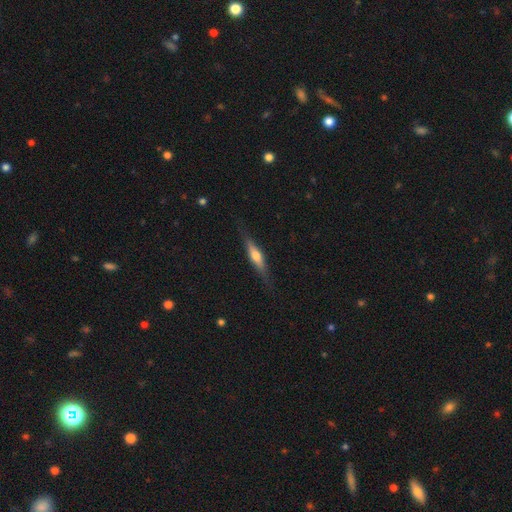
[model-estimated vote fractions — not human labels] smooth-or-featured: featured or disk: 53% | smooth: 41% | star or artifact: 6%
  disk-edge-on: yes: 94% | no: 6%
  merging: none: 82% | minor disturbance: 13% | major disturbance: 3% | merger: 1%